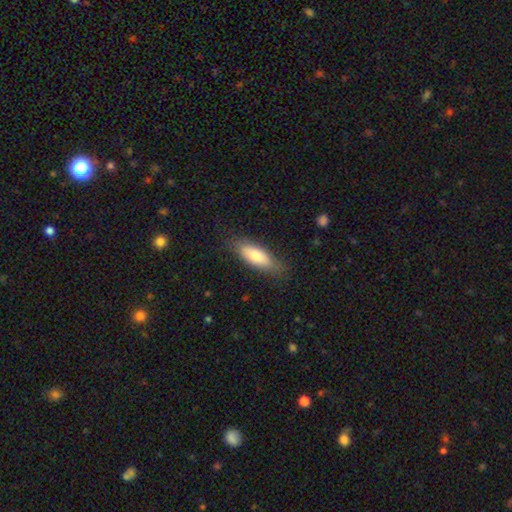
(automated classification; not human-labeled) smooth-or-featured: smooth: 72% | featured or disk: 22% | star or artifact: 6%
  how-rounded: in between: 65% | cigar-shaped: 33% | round: 2%
  merging: none: 81% | minor disturbance: 14% | major disturbance: 3% | merger: 1%